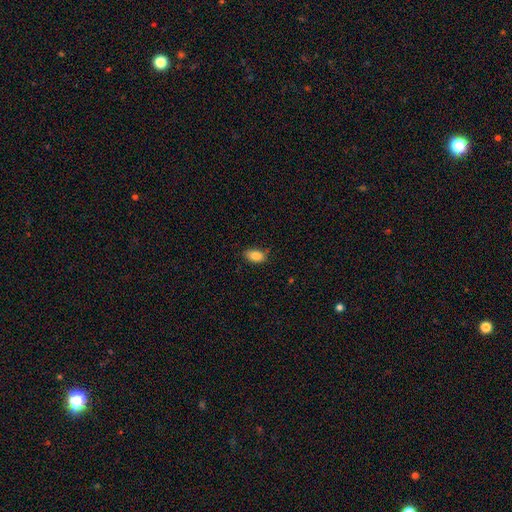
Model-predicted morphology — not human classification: smooth-or-featured: smooth: 87% | star or artifact: 8% | featured or disk: 5%
  how-rounded: in between: 91% | round: 6% | cigar-shaped: 3%
  merging: none: 77% | minor disturbance: 18% | major disturbance: 3% | merger: 2%